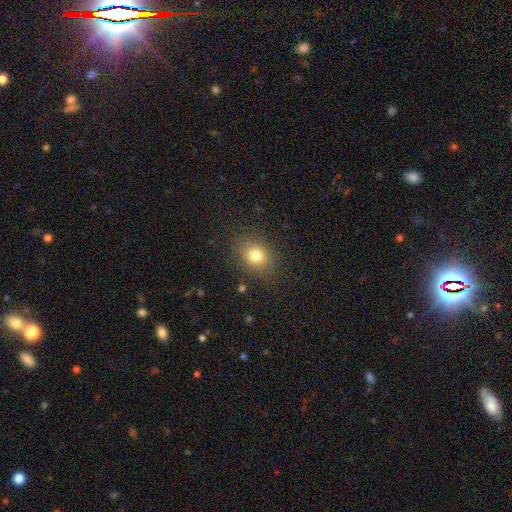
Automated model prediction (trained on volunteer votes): Smooth or featured? Predicted: smooth (p=0.78). How rounded? Predicted: round (p=0.54). Merging? Predicted: none (p=0.86).